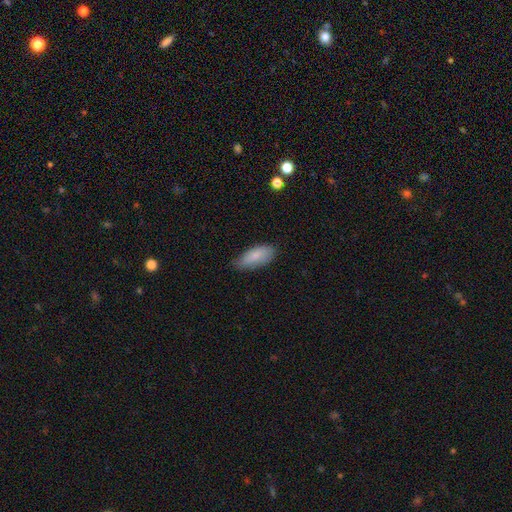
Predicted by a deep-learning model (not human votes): Smooth or featured: smooth — 82% (featured or disk — 12%)
How rounded: in between — 86% (cigar-shaped — 12%)
Merging: none — 68% (minor disturbance — 27%)